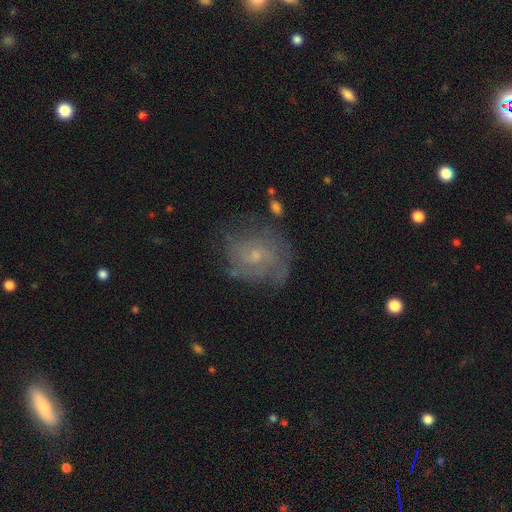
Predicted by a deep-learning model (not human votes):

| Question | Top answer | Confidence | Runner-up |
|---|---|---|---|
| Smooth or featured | featured or disk | 63% | smooth (24%) |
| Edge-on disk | no | 97% | yes (3%) |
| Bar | no | 73% | weak (24%) |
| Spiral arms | yes | 80% | no (20%) |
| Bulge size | small | 70% | moderate (23%) |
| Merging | none | 65% | minor disturbance (20%) |